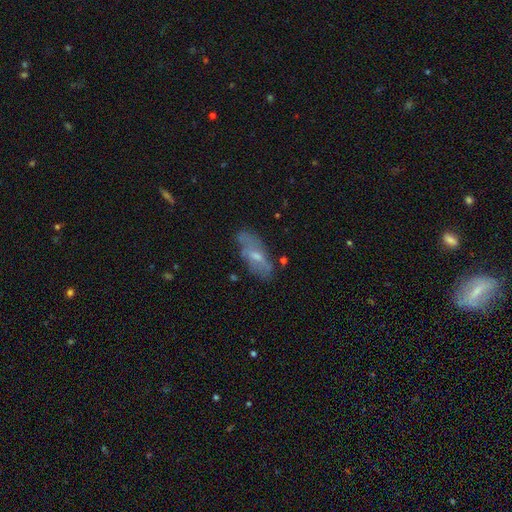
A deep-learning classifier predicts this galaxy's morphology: Smooth or featured? featured or disk (49%)
Merging? none (64%)